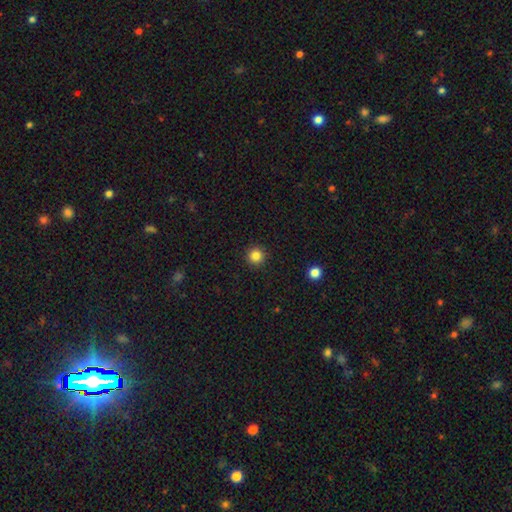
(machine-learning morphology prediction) smooth-or-featured: smooth: 84% | star or artifact: 12% | featured or disk: 4%
  how-rounded: round: 96% | in between: 3% | cigar-shaped: 1%
  merging: none: 92% | minor disturbance: 5% | major disturbance: 2% | merger: 1%